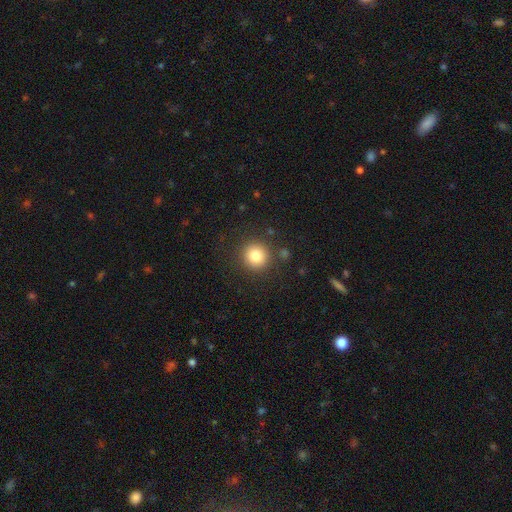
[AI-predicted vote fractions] Smooth or featured?
  - smooth: 82% *
  - star or artifact: 11%
  - featured or disk: 7%
How rounded?
  - round: 93% *
  - in between: 6%
  - cigar-shaped: 1%
Merging?
  - none: 88% *
  - minor disturbance: 7%
  - major disturbance: 3%
  - merger: 2%